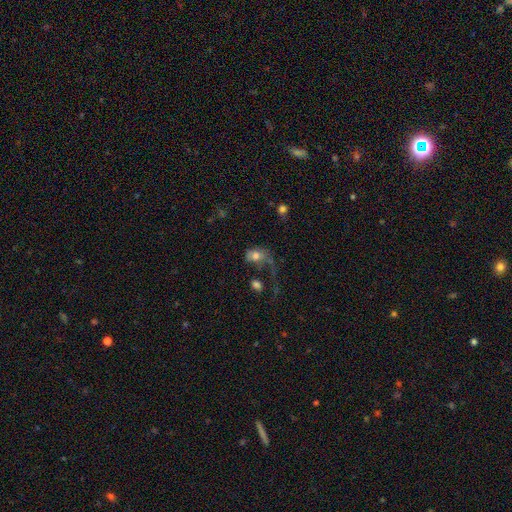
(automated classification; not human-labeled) Smooth or featured? Predicted: smooth (p=0.65). How rounded? Predicted: in between (p=0.71). Merging? Predicted: major disturbance (p=0.51).